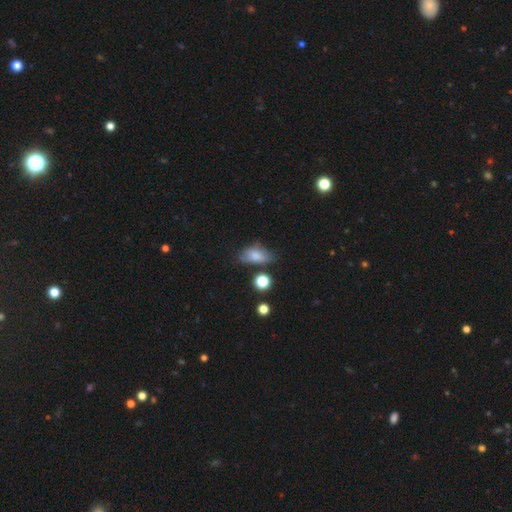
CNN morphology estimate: Smooth or featured? smooth (77%)
How rounded? in between (86%)
Merging? none (51%)